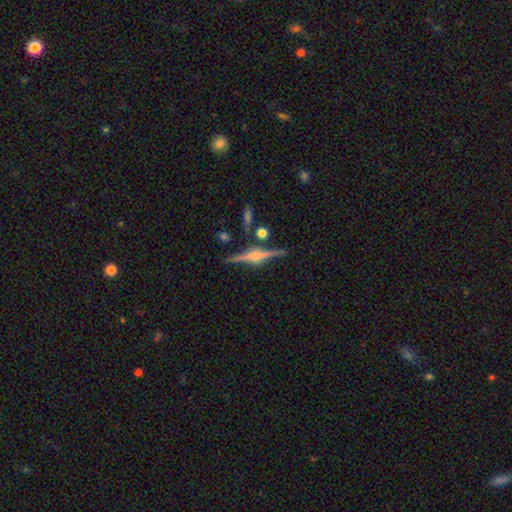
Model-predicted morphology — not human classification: type=featured or disk (82%); edge-on=yes (98%); edge-on bulge=rounded (83%); merging=none (84%).